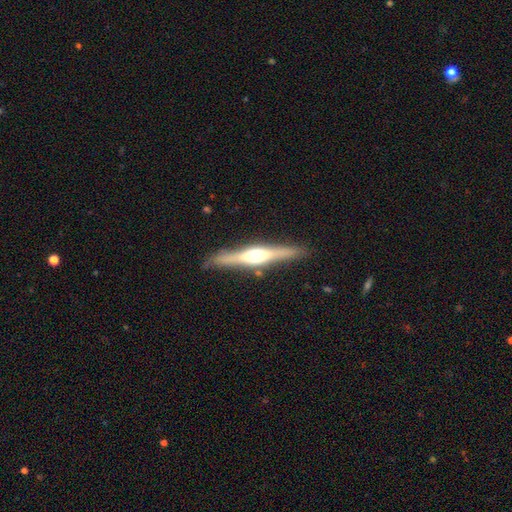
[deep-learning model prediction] Overall: featured or disk (73%). Edge-on disk: yes (97%). Edge-on bulge: rounded (91%). Merging: none (87%).